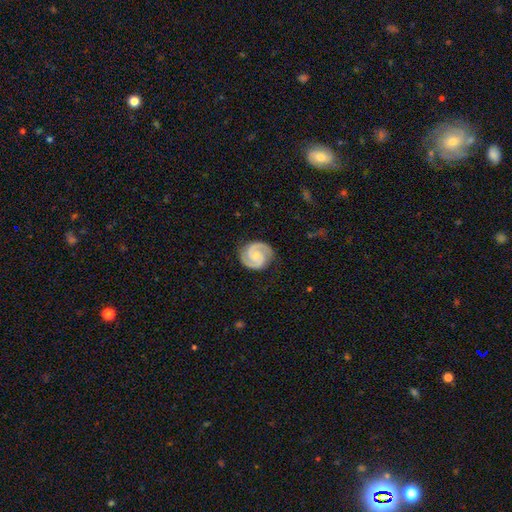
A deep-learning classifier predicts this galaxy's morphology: Overall: featured or disk (90%). Edge-on disk: no (98%). Bar: no (60%; weak 32%). Spiral arms: yes (98%). Spiral arm count: 2 (93%). Spiral winding: tight (57%; medium 38%). Bulge size: small (57%; moderate 34%). Merging: none (83%).